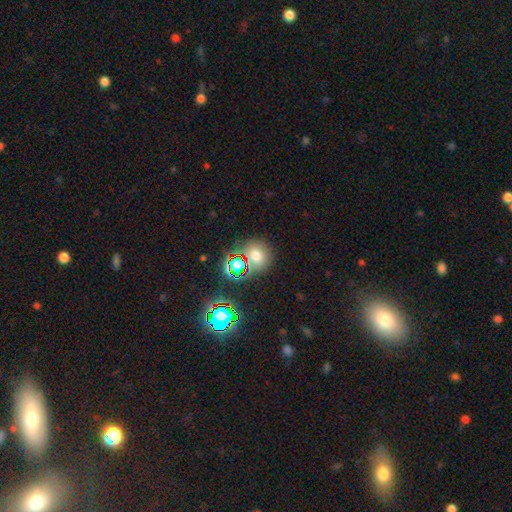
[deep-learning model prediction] This appears to be a smooth galaxy with no disk features (62%) that is round (80%). Merging: none (71%).